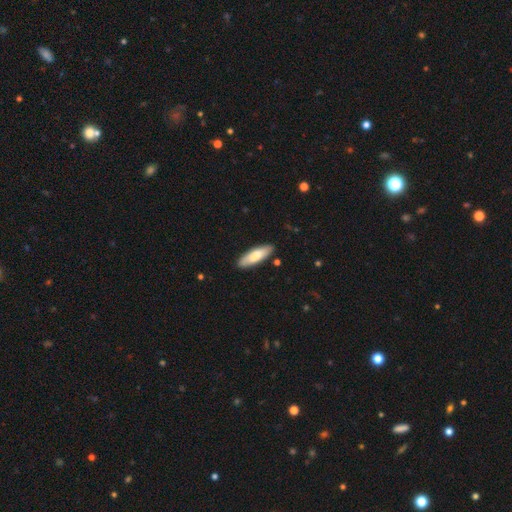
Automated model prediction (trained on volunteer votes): smooth-or-featured: smooth: 77% | featured or disk: 18% | star or artifact: 5%
  how-rounded: in between: 52% | cigar-shaped: 46% | round: 2%
  merging: none: 88% | minor disturbance: 9% | major disturbance: 2% | merger: 1%